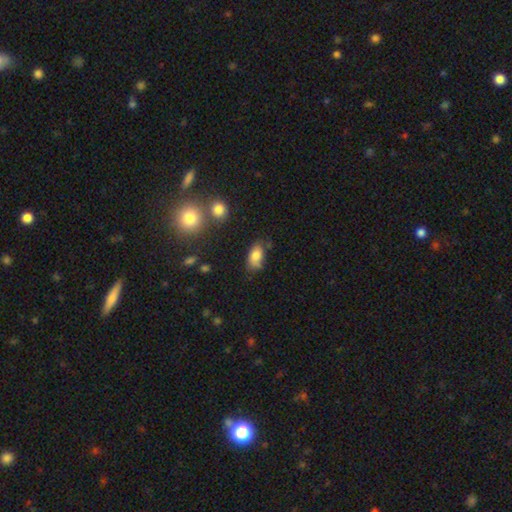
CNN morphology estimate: A smooth galaxy with no disk features (80%) that is in between round and cigar-shaped (90%). Merging: none (61%).